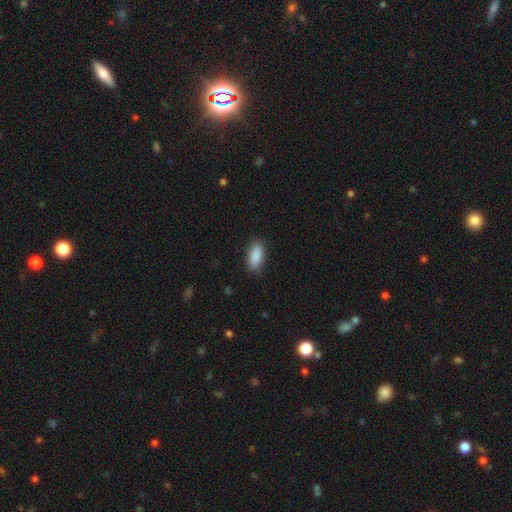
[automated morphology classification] type=smooth (89%); roundness=in between (87%); merging=none (87%).